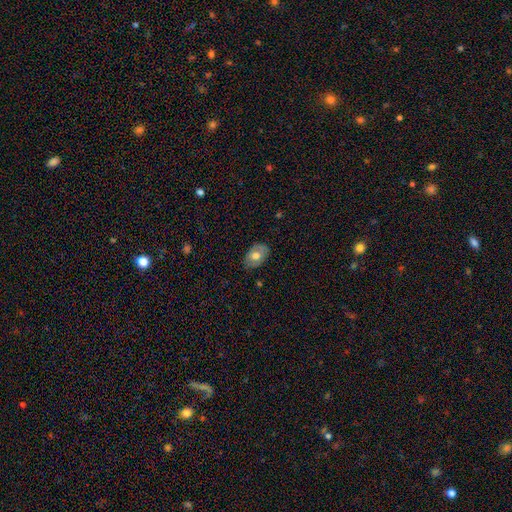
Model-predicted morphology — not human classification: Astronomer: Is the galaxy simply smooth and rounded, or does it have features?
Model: smooth — 62%.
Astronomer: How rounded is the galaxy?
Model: in between — 83%.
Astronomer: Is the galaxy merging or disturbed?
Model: none — 80%.